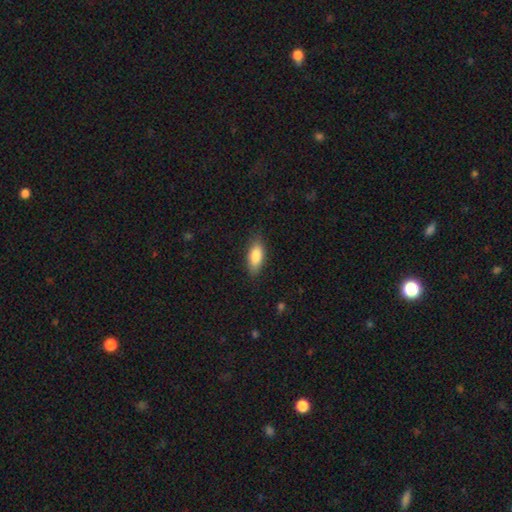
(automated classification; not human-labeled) Smooth or featured? smooth (85%)
How rounded? in between (80%)
Merging? none (82%)